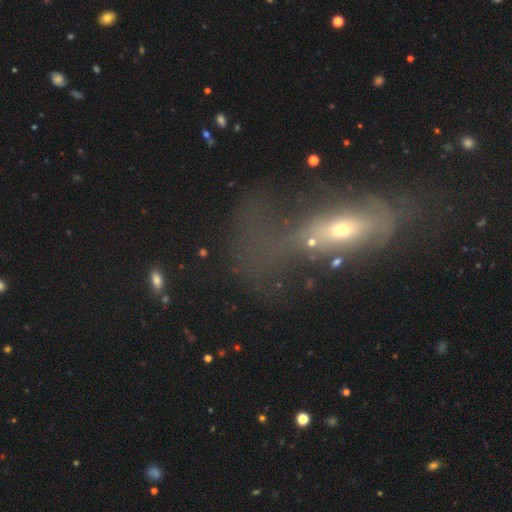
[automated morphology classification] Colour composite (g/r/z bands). It shows a featured or disk galaxy (42%). Merging: major disturbance (44%).